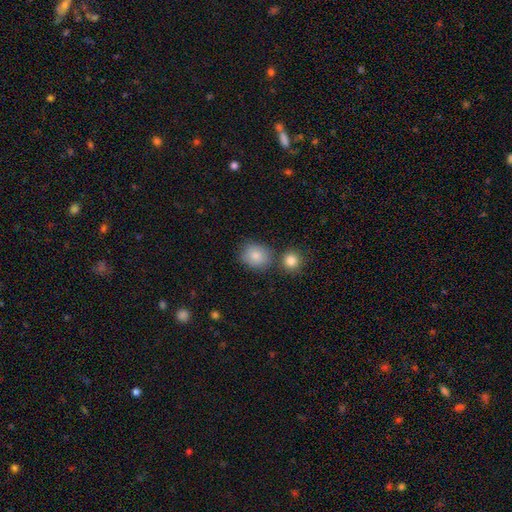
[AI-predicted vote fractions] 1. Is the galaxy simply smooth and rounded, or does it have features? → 84% smooth, 9% star or artifact, 7% featured or disk.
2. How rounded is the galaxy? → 69% round, 30% in between, 1% cigar-shaped.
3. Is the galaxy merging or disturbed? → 70% none, 15% merger, 12% minor disturbance, 3% major disturbance.